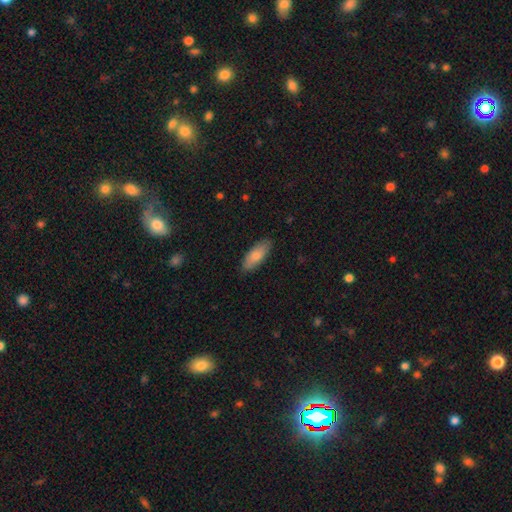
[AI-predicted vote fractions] smooth_or_featured: smooth (p=0.82) [alt: featured or disk p=0.12]
how_rounded: in between (p=0.75) [alt: cigar-shaped p=0.23]
merging: none (p=0.87) [alt: minor disturbance p=0.10]